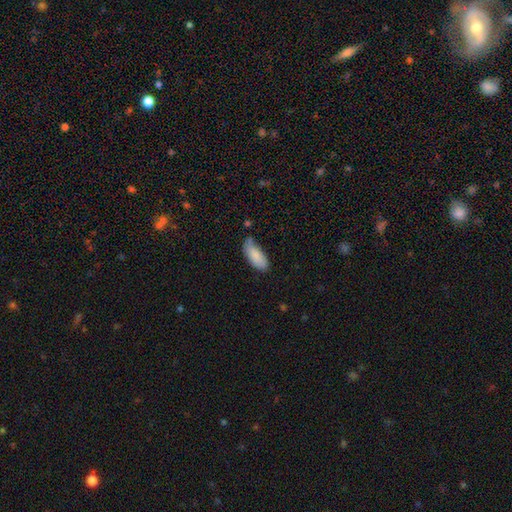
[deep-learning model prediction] Overall: smooth (85%). How rounded: in between (85%). Merging: none (52%; minor disturbance 35%).